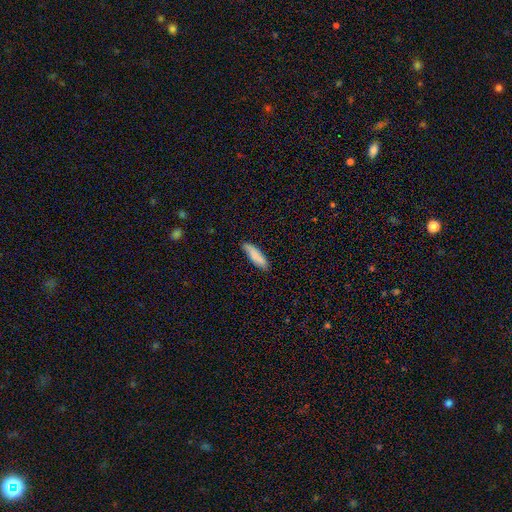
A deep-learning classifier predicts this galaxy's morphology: Overall: smooth (83%). How rounded: cigar-shaped (62%; in between 37%). Merging: none (80%).